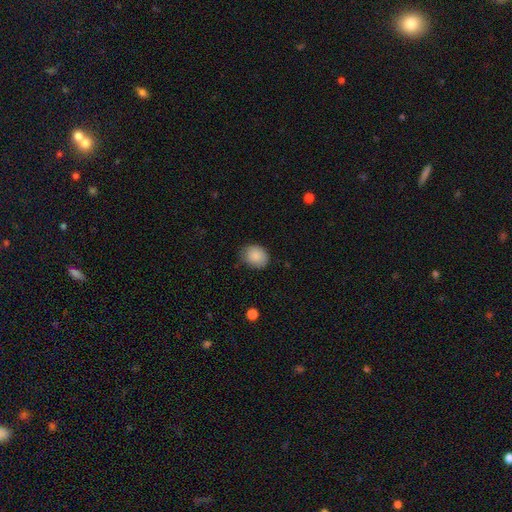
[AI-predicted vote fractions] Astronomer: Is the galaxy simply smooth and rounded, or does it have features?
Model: smooth — 87%.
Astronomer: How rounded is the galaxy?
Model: round — 58% (runner-up: in between, 41%).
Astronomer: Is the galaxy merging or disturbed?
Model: none — 72%.